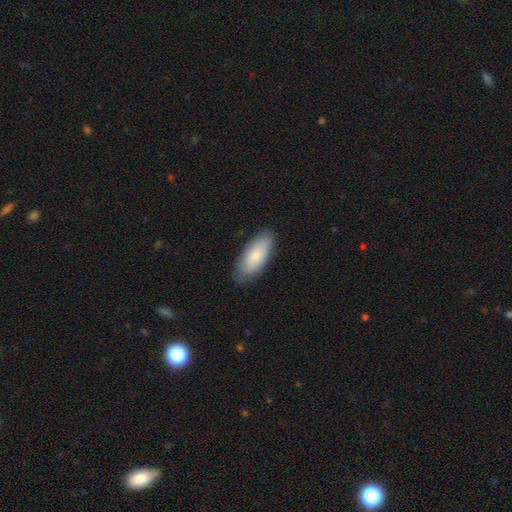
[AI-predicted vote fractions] smooth_or_featured: smooth (p=0.82) [alt: featured or disk p=0.13]
how_rounded: in between (p=0.84) [alt: cigar-shaped p=0.14]
merging: none (p=0.82) [alt: minor disturbance p=0.14]